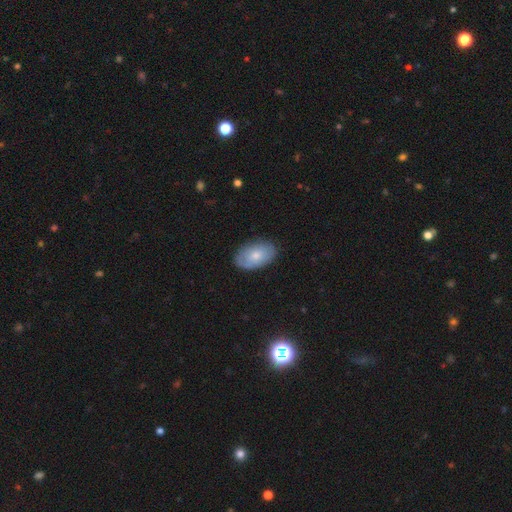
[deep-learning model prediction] Overall: smooth (70%). How rounded: in between (93%). Merging: none (82%).